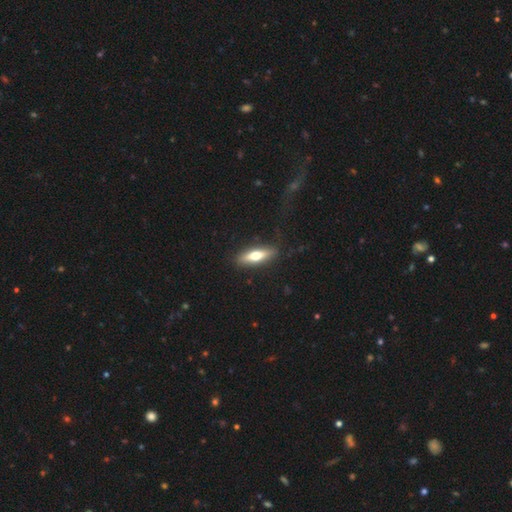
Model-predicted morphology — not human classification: This is possibly a smooth galaxy (56%). How rounded: possibly cigar-shaped (56%). Merging: clearly none (85%).